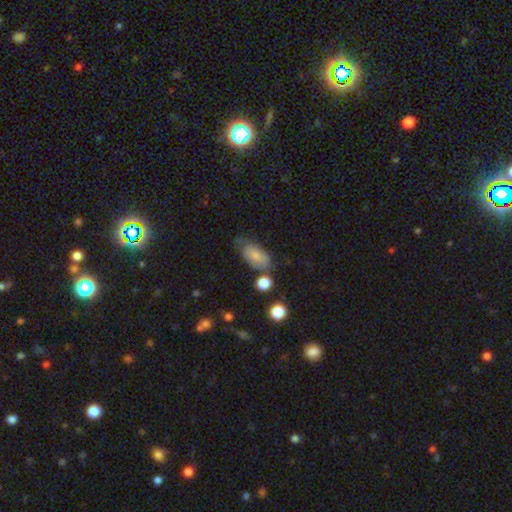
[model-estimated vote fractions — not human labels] A smooth galaxy with no disk features (75%) that is in between round and cigar-shaped (91%). Merging: none (51%).